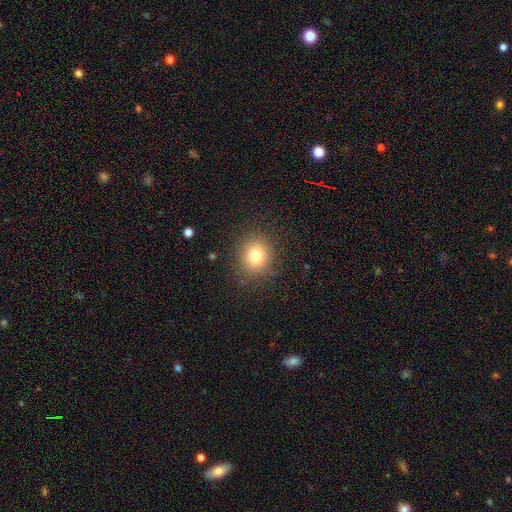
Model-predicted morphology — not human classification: Q: Smooth or featured?
A: smooth (77%); runner-up: star or artifact (14%)
Q: How rounded?
A: round (81%); runner-up: in between (18%)
Q: Merging?
A: none (86%); runner-up: minor disturbance (9%)